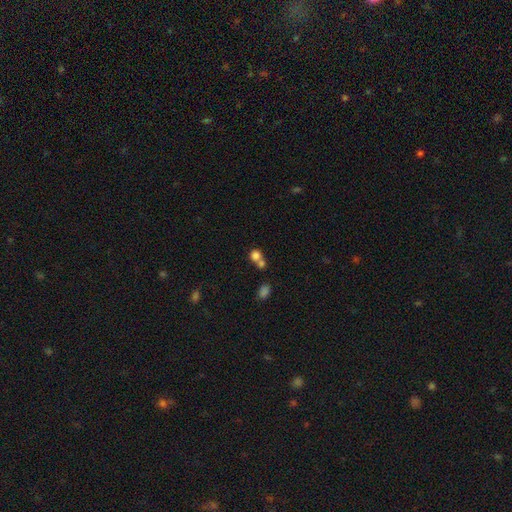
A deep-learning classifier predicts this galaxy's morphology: smooth 78%, star or artifact 13%, featured or disk 9%. Down the decision tree: how rounded — round (78%); merging — merger (49%).